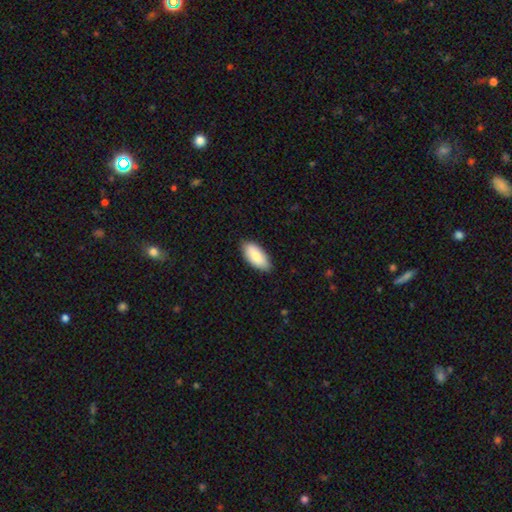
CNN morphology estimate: smooth-or-featured: smooth: 82% | featured or disk: 12% | star or artifact: 6%
  how-rounded: in between: 92% | cigar-shaped: 6% | round: 2%
  merging: none: 85% | minor disturbance: 12% | major disturbance: 2% | merger: 1%